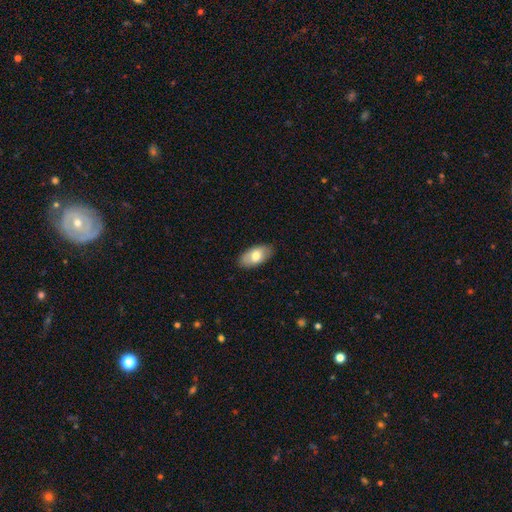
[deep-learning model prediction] A smooth galaxy with no disk features (71%) that is in between round and cigar-shaped (94%). Merging: none (86%).